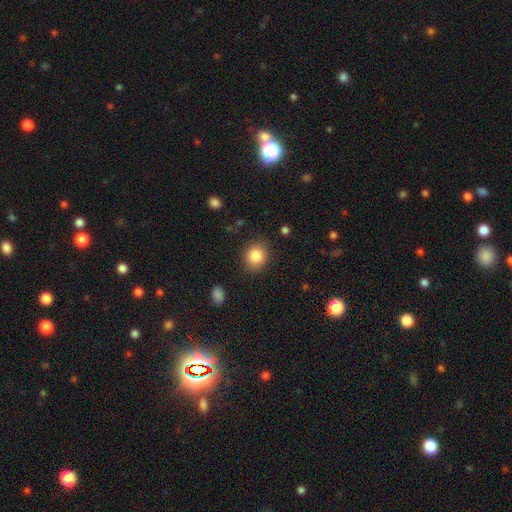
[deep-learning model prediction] A smooth galaxy with no disk features (85%) that is round (75%).

Vote fractions:
- Smooth or featured? smooth: 85% / star or artifact: 9% / featured or disk: 5%
- How rounded? round: 75% / in between: 24% / cigar-shaped: 1%
- Merging? none: 86% / minor disturbance: 10% / major disturbance: 3% / merger: 2%